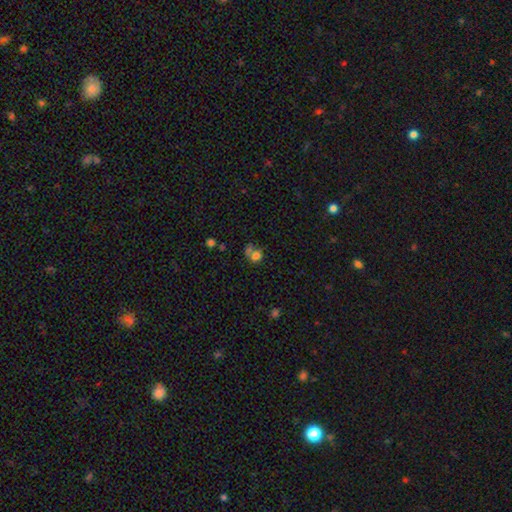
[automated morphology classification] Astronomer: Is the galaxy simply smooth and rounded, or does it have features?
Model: smooth — 72%.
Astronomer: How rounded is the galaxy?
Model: round — 71%.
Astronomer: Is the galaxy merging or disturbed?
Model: merger — 39%, tied with none at 39%.